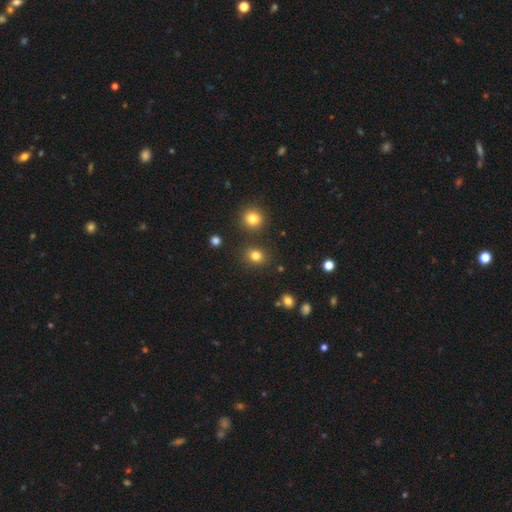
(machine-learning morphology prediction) smooth-or-featured: smooth: 81% | star or artifact: 13% | featured or disk: 5%
  how-rounded: round: 70% | in between: 29% | cigar-shaped: 1%
  merging: none: 84% | minor disturbance: 8% | merger: 5% | major disturbance: 3%